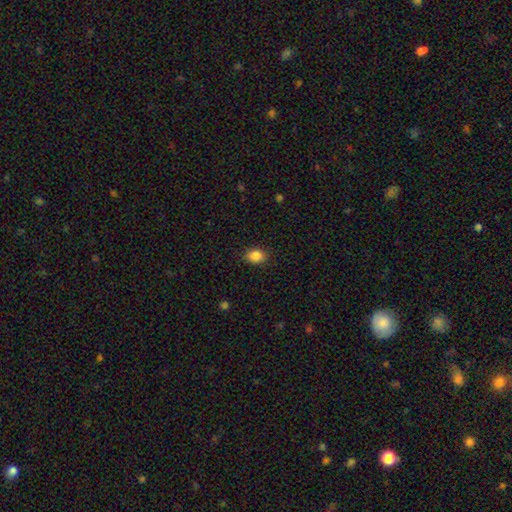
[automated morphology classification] Q: Smooth or featured?
A: smooth (86%); runner-up: star or artifact (10%)
Q: How rounded?
A: in between (64%); runner-up: round (35%)
Q: Merging?
A: none (87%); runner-up: minor disturbance (10%)